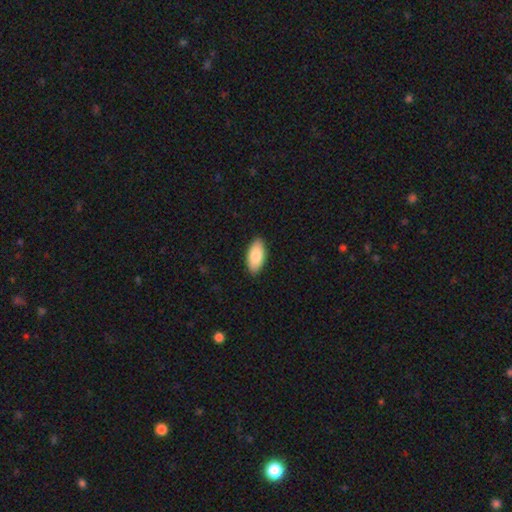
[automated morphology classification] Overall: smooth (85%). How rounded: in between (92%). Merging: none (89%).